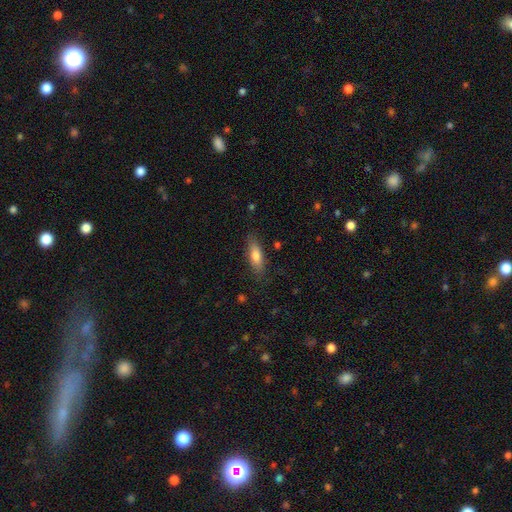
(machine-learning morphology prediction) Smooth or featured?
  - smooth: 74% *
  - featured or disk: 20%
  - star or artifact: 6%
How rounded?
  - in between: 51% *
  - cigar-shaped: 47%
  - round: 2%
Merging?
  - none: 82% *
  - minor disturbance: 14%
  - major disturbance: 3%
  - merger: 1%